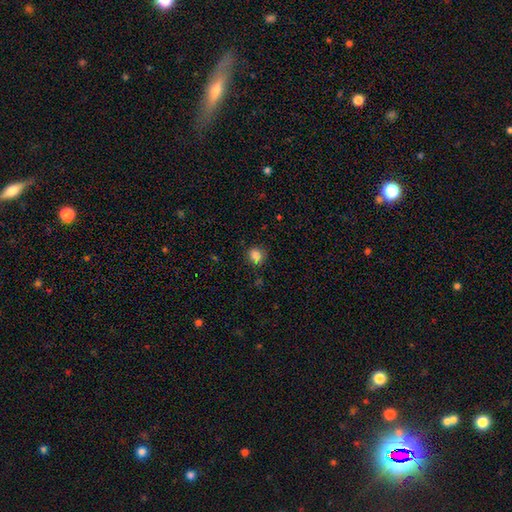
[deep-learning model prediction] Smooth or featured? Predicted: smooth (p=0.84). How rounded? Predicted: round (p=0.68). Merging? Predicted: none (p=0.81).